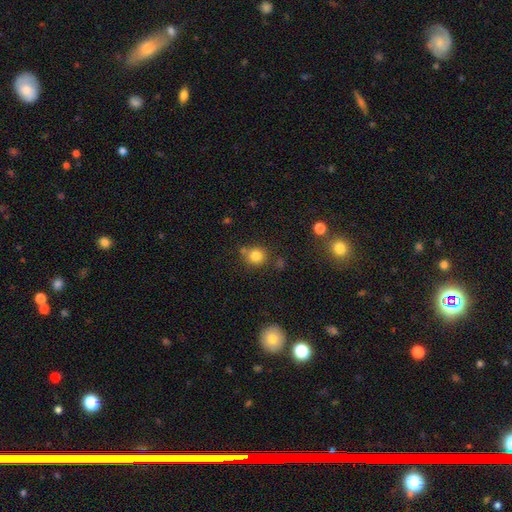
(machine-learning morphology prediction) Smooth or featured?
  - smooth: 82% *
  - star or artifact: 12%
  - featured or disk: 6%
How rounded?
  - round: 87% *
  - in between: 12%
  - cigar-shaped: 1%
Merging?
  - none: 71% *
  - merger: 12%
  - minor disturbance: 12%
  - major disturbance: 4%